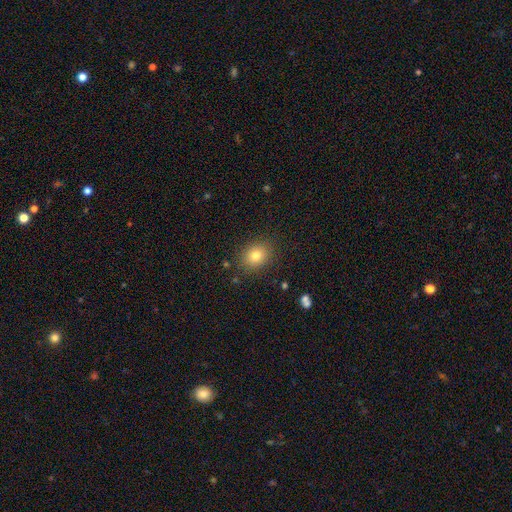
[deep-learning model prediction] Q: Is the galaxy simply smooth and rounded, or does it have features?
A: smooth — 80%.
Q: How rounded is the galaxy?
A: round — 58%.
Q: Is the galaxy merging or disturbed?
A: none — 87%.